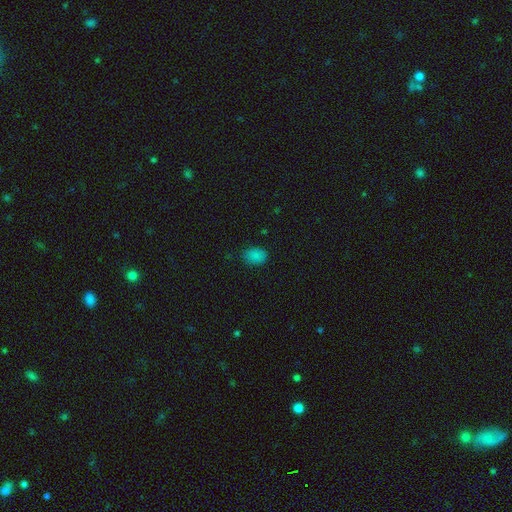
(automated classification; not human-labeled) Smooth or featured? Predicted: smooth (p=0.83). How rounded? Predicted: in between (p=0.74). Merging? Predicted: none (p=0.82).